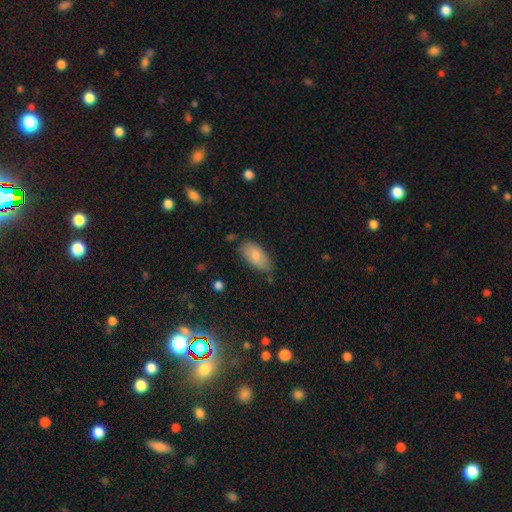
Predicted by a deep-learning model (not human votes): smooth_or_featured: smooth (p=0.80) [alt: featured or disk p=0.14]
how_rounded: in between (p=0.93) [alt: cigar-shaped p=0.05]
merging: none (p=0.69) [alt: minor disturbance p=0.24]